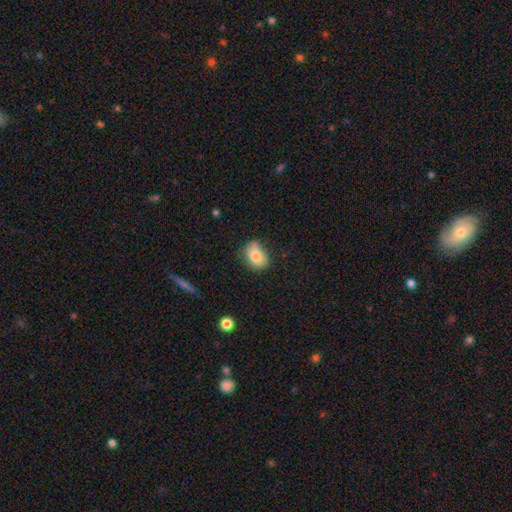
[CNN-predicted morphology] A smooth galaxy with no disk features (79%) that is in between round and cigar-shaped (69%).

Vote fractions:
- Smooth or featured? smooth: 79% / featured or disk: 12% / star or artifact: 9%
- How rounded? in between: 69% / round: 29% / cigar-shaped: 1%
- Merging? none: 56% / minor disturbance: 33% / major disturbance: 8% / merger: 3%